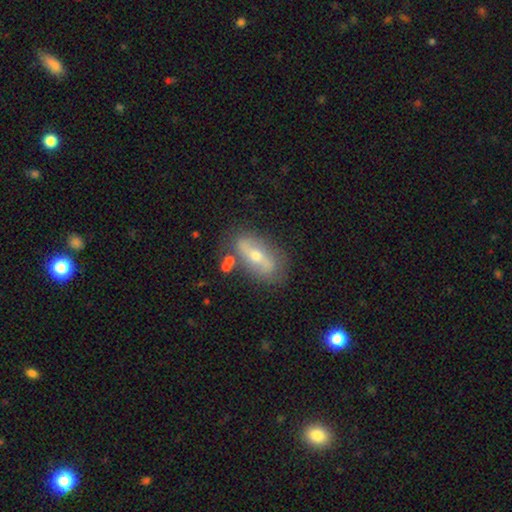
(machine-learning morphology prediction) Smooth or featured? featured or disk (66%)
Edge-on disk? no (77%)
Bar? strong (43%)
Spiral arms? yes (60%)
Bulge size? moderate (56%)
Merging? none (74%)